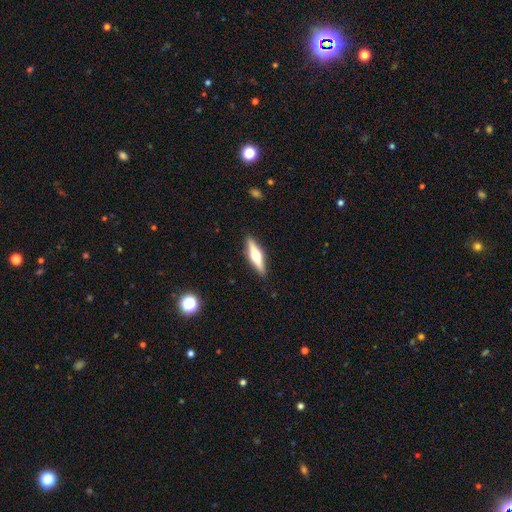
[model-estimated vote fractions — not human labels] Smooth or featured?
  - featured or disk: 61% *
  - smooth: 34%
  - star or artifact: 6%
Edge-on disk?
  - yes: 96% *
  - no: 4%
Edge-on bulge?
  - rounded: 94% *
  - boxy: 3%
  - none: 2%
Merging?
  - none: 90% *
  - minor disturbance: 7%
  - major disturbance: 2%
  - merger: 1%